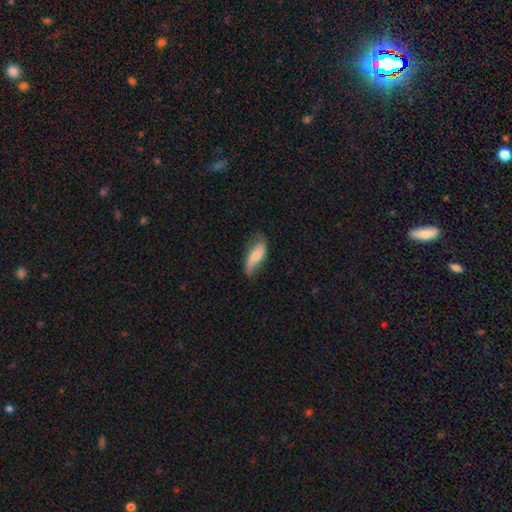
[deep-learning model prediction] Overall: smooth (51%; featured or disk 43%). How rounded: in between (71%). Merging: none (63%; minor disturbance 28%).